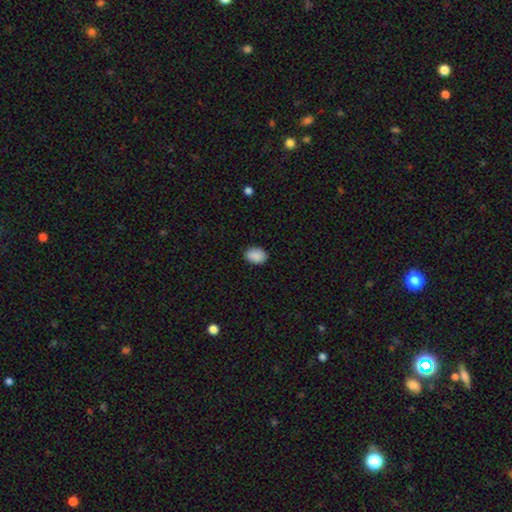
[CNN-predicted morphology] Overall: smooth (90%). How rounded: in between (77%). Merging: none (88%).